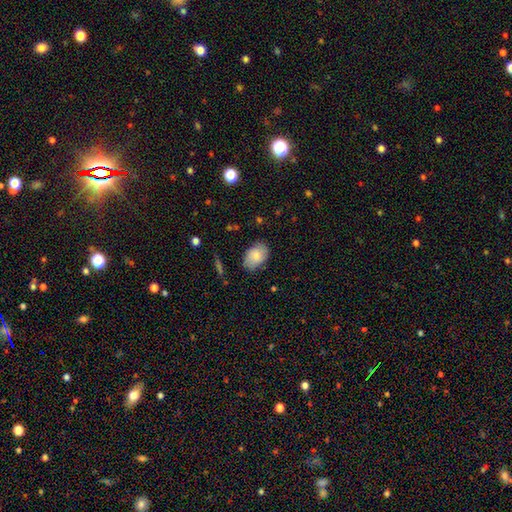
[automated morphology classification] This is clearly a smooth galaxy (83%). How rounded: clearly in between (87%). Merging: likely none (79%).